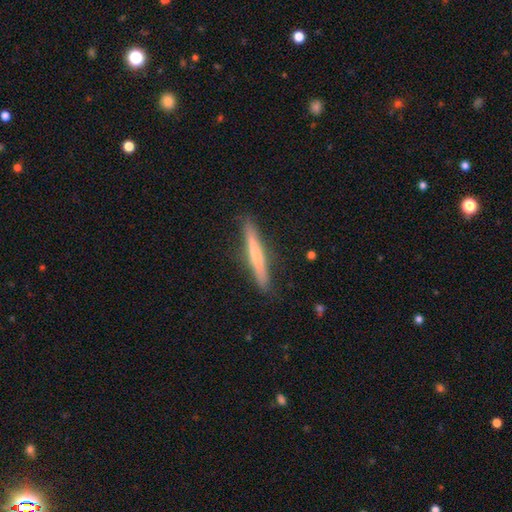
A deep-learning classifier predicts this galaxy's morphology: type=featured or disk (47%); merging=none (88%).